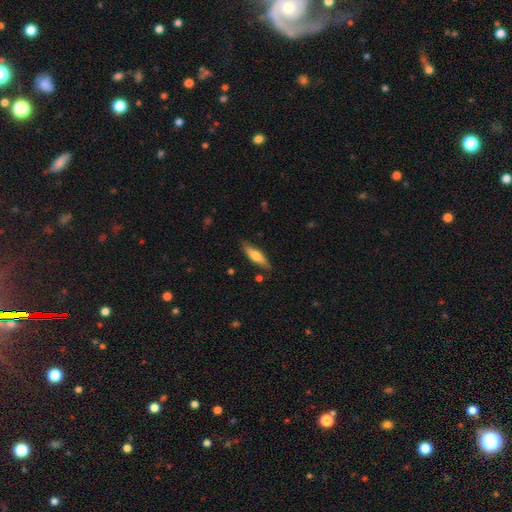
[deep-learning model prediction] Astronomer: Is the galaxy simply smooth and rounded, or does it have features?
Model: smooth — 63%.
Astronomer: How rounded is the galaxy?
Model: cigar-shaped — 62%.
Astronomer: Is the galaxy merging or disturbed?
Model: none — 80%.